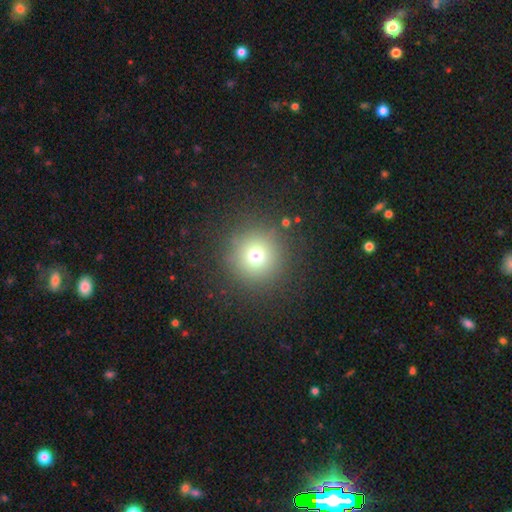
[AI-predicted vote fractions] Overall: smooth (71%). How rounded: round (95%). Merging: none (88%).